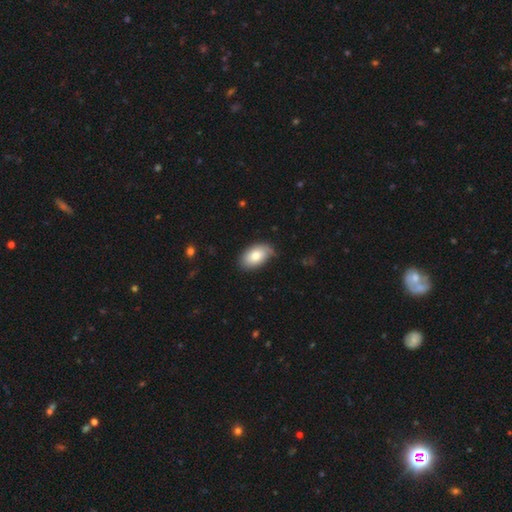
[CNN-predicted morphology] smooth_or_featured: smooth (p=0.77) [alt: featured or disk p=0.16]
how_rounded: in between (p=0.92) [alt: round p=0.06]
merging: none (p=0.73) [alt: minor disturbance p=0.22]